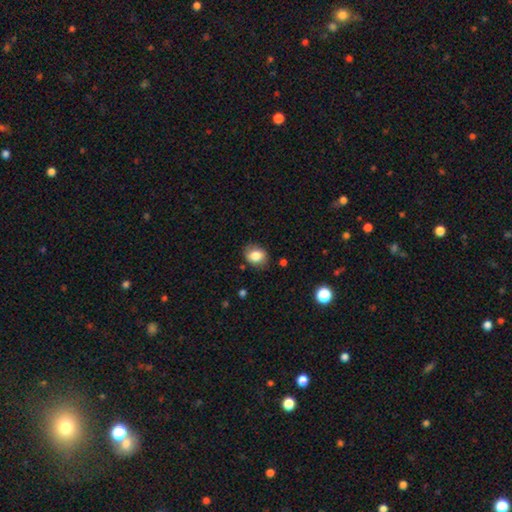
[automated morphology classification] type=smooth (79%); roundness=in between (59%); merging=none (78%).